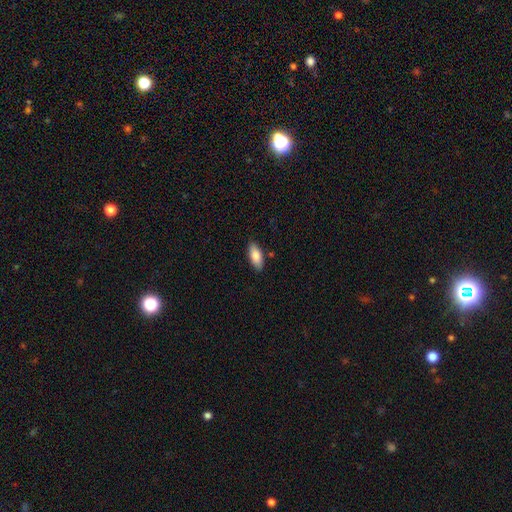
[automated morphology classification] A smooth galaxy with no disk features (84%) that is in between round and cigar-shaped (82%). Merging: none (85%).